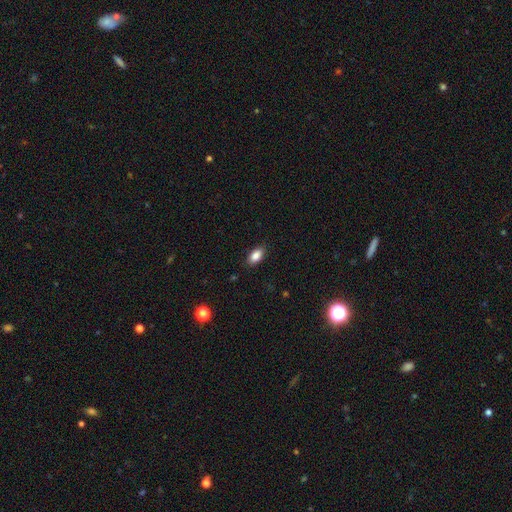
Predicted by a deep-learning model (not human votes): smooth_or_featured: smooth (p=0.87) [alt: star or artifact p=0.08]
how_rounded: in between (p=0.90) [alt: cigar-shaped p=0.05]
merging: none (p=0.86) [alt: minor disturbance p=0.10]